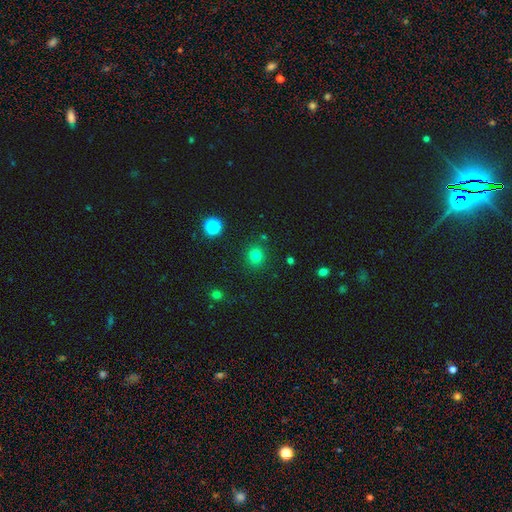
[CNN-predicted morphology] Smooth or featured? smooth (77%)
How rounded? round (86%)
Merging? none (87%)